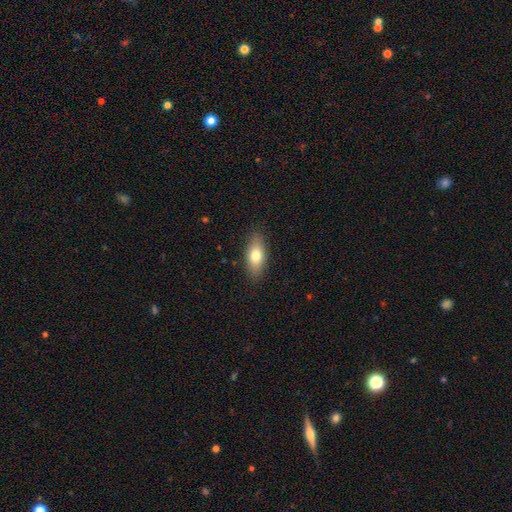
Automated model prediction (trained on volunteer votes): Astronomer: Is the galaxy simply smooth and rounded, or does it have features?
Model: smooth — 75%.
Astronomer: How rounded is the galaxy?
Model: in between — 80%.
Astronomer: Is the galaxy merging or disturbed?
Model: none — 87%.